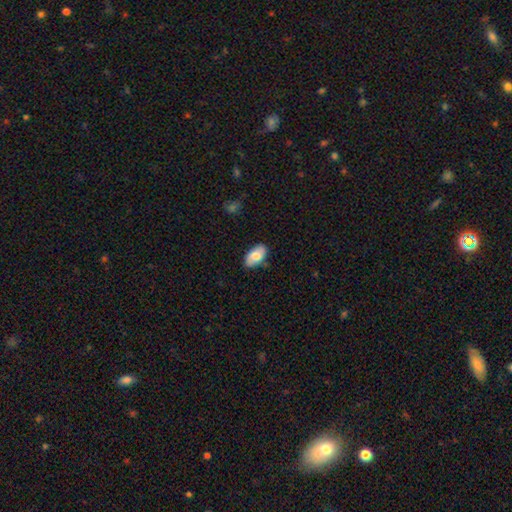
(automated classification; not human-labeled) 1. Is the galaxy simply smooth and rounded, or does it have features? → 71% smooth, 23% featured or disk, 6% star or artifact.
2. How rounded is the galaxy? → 94% in between, 4% round, 2% cigar-shaped.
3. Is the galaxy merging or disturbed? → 83% none, 13% minor disturbance, 3% major disturbance, 1% merger.